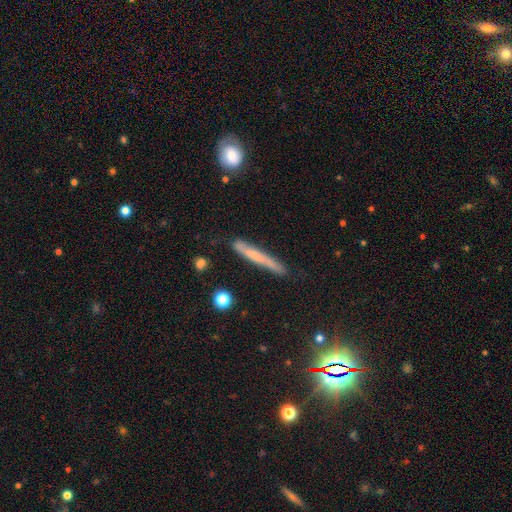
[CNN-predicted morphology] A smooth galaxy with no disk features (54%) that is cigar-shaped (95%).

Vote fractions:
- Smooth or featured? smooth: 54% / featured or disk: 38% / star or artifact: 8%
- How rounded? cigar-shaped: 95% / in between: 3% / round: 2%
- Merging? none: 76% / minor disturbance: 18% / major disturbance: 3% / merger: 3%